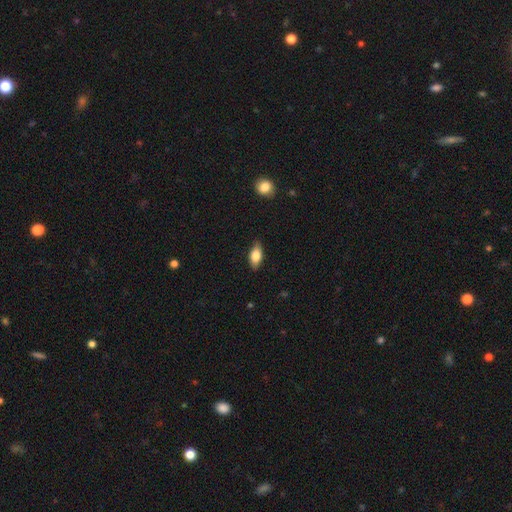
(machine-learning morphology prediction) Overall: smooth (77%). How rounded: in between (86%). Merging: none (85%).